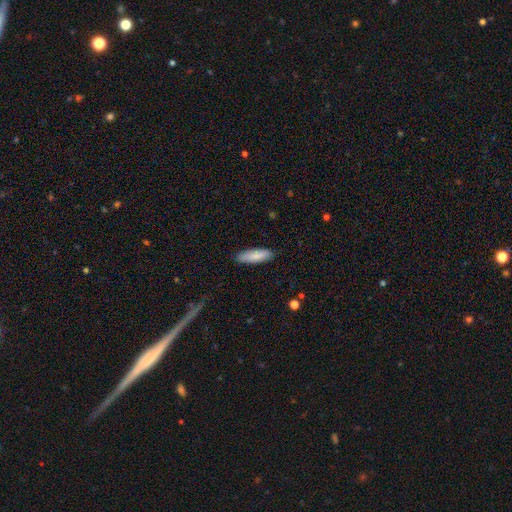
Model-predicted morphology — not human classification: A smooth galaxy with no disk features (84%) that is cigar-shaped (51%).

Vote fractions:
- Smooth or featured? smooth: 84% / featured or disk: 10% / star or artifact: 6%
- How rounded? cigar-shaped: 51% / in between: 47% / round: 1%
- Merging? none: 88% / minor disturbance: 9% / major disturbance: 2% / merger: 1%